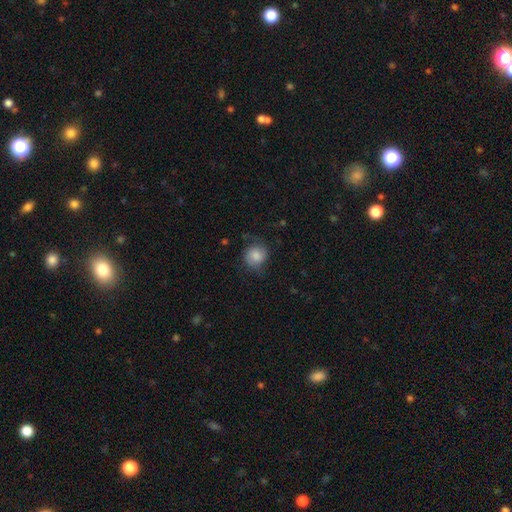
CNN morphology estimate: Q: Smooth or featured?
A: smooth (70%); runner-up: featured or disk (21%)
Q: How rounded?
A: round (78%); runner-up: in between (21%)
Q: Merging?
A: none (64%); runner-up: minor disturbance (24%)